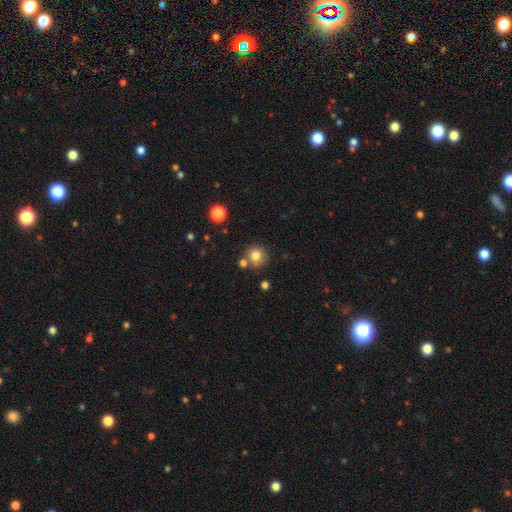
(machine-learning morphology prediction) A smooth galaxy with no disk features (79%) that is round (92%).

Vote fractions:
- Smooth or featured? smooth: 79% / star or artifact: 12% / featured or disk: 9%
- How rounded? round: 92% / in between: 7% / cigar-shaped: 1%
- Merging? none: 74% / merger: 13% / minor disturbance: 10% / major disturbance: 3%